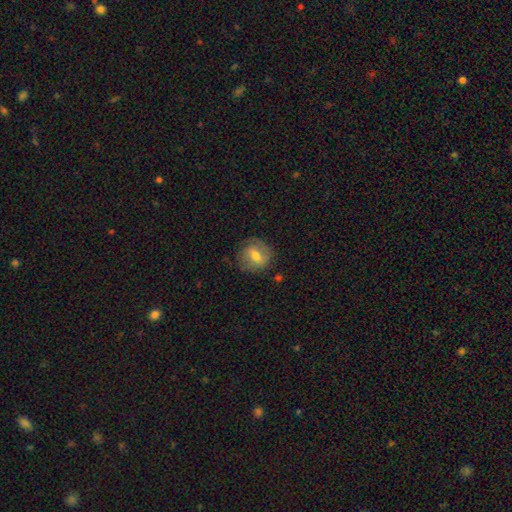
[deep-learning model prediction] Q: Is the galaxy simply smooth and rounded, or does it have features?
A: smooth — 52%.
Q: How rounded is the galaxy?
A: round — 80%.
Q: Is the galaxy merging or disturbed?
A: none — 74%.